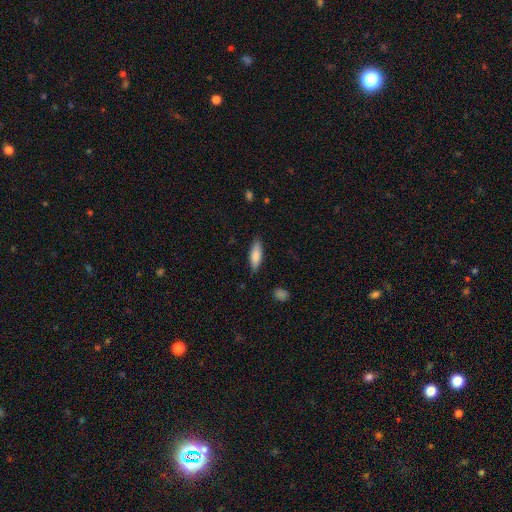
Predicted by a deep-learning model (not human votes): smooth-or-featured: smooth: 82% | featured or disk: 12% | star or artifact: 6%
  how-rounded: in between: 54% | cigar-shaped: 44% | round: 2%
  merging: none: 82% | minor disturbance: 14% | major disturbance: 3% | merger: 1%